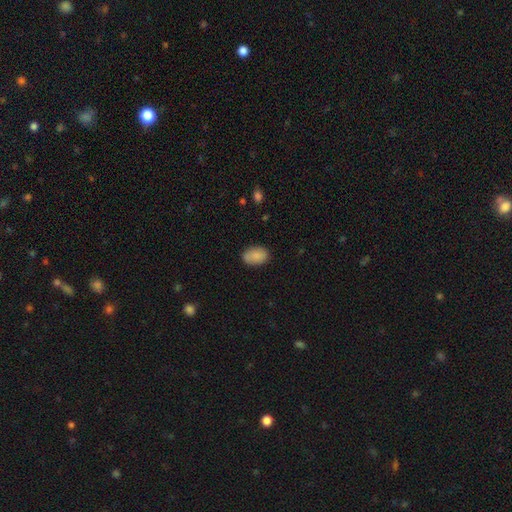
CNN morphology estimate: smooth_or_featured: smooth (p=0.88) [alt: star or artifact p=0.07]
how_rounded: in between (p=0.88) [alt: round p=0.10]
merging: none (p=0.80) [alt: minor disturbance p=0.15]